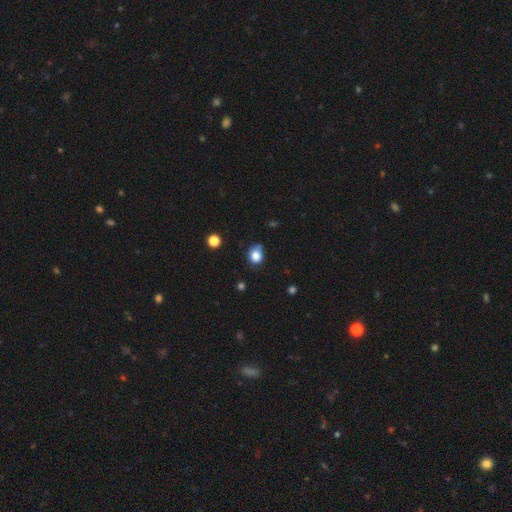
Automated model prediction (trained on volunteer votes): The model was most divided on "how rounded": round: 60%, in between: 39%, cigar-shaped: 1%. More confident: smooth or featured — smooth (83%); merging — none (57%).